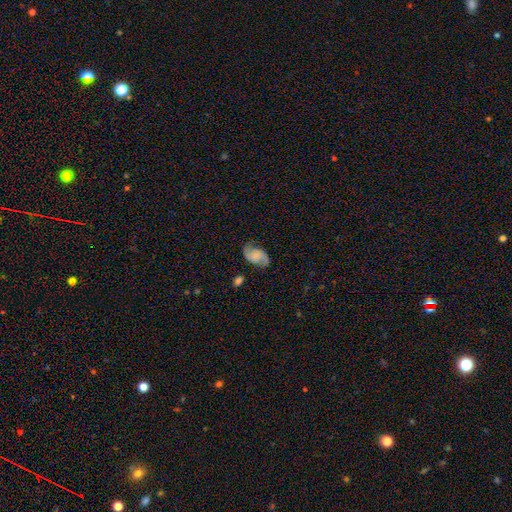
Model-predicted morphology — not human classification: This is possibly a featured or disk galaxy (59%). It is clearly not viewed edge-on (97%). Bar: likely no (62%). Spiral arm pattern: clearly yes (93%). Spiral arm count: clearly 2 (90%). Spiral winding: marginally loose (43%). Central bulge: marginally none (43%). Merging: likely none (70%).